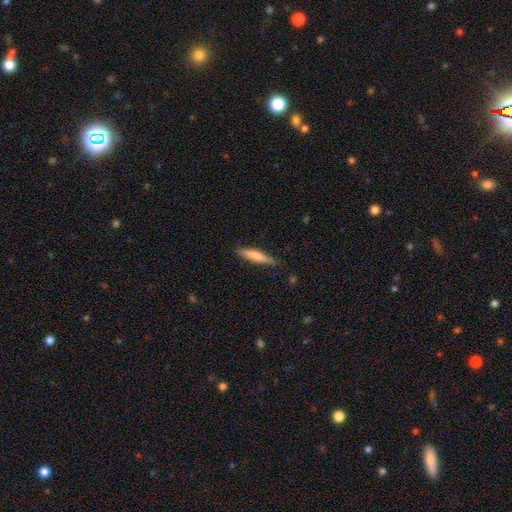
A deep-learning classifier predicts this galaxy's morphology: smooth_or_featured: smooth (p=0.69) [alt: featured or disk p=0.26]
how_rounded: cigar-shaped (p=0.89) [alt: in between p=0.10]
merging: none (p=0.84) [alt: minor disturbance p=0.13]